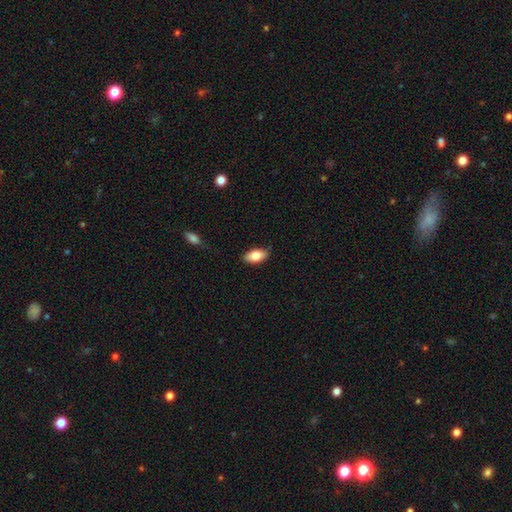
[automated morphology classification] Smooth or featured?
  - smooth: 83% *
  - featured or disk: 11%
  - star or artifact: 7%
How rounded?
  - in between: 91% *
  - cigar-shaped: 5%
  - round: 4%
Merging?
  - none: 84% *
  - minor disturbance: 13%
  - major disturbance: 2%
  - merger: 1%